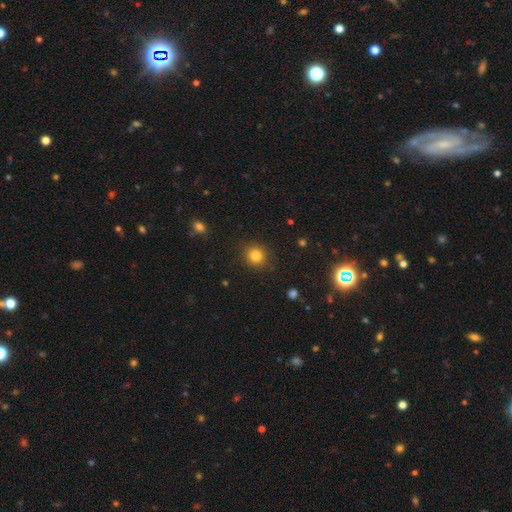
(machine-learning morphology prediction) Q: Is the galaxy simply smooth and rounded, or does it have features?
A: smooth — 83%.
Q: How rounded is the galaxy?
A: round — 86%.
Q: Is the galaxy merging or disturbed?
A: none — 88%.